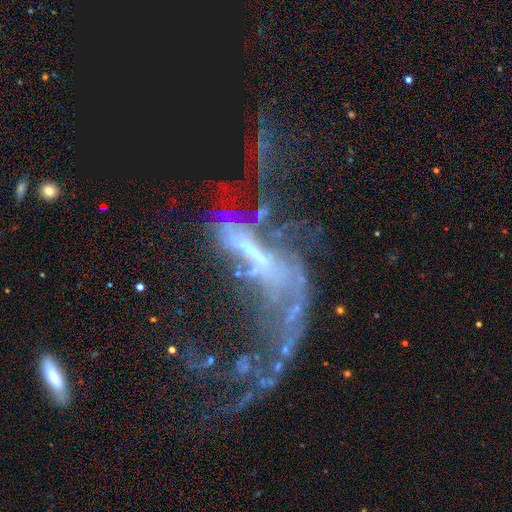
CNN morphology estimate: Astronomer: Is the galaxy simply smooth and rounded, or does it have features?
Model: featured or disk — 72%.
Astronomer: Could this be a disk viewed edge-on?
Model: no — 86%.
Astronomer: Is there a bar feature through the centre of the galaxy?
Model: no — 40% (runner-up: strong, 34%).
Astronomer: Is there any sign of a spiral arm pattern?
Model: yes — 55% (runner-up: no, 45%).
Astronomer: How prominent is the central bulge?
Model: small — 34% (runner-up: none, 33%).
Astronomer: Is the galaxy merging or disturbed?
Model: major disturbance — 51%.